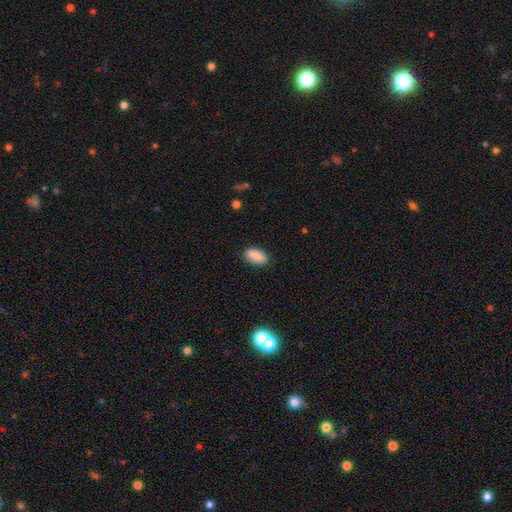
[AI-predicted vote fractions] Overall: smooth (89%). How rounded: in between (92%). Merging: none (86%).